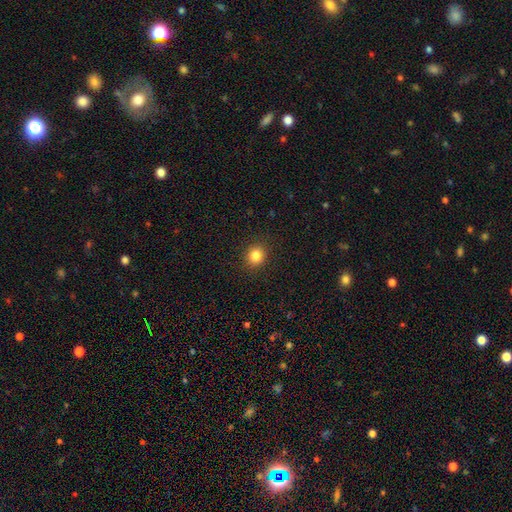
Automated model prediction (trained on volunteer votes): This appears to be a smooth galaxy with no disk features (84%) that is round (81%). Merging: none (90%).